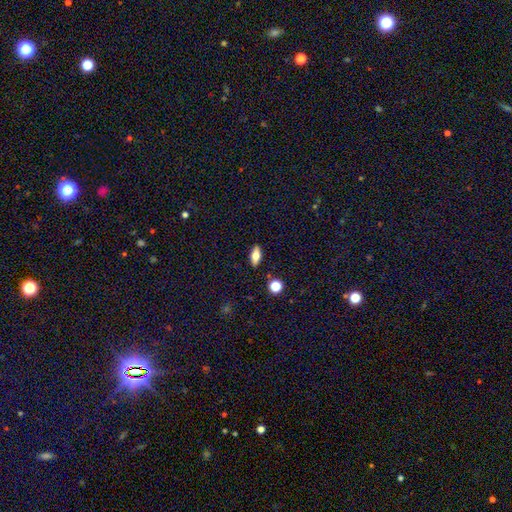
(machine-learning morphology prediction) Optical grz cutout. It shows a smooth galaxy with no disk features (67%) that is in between round and cigar-shaped (79%). Merging: none (89%).